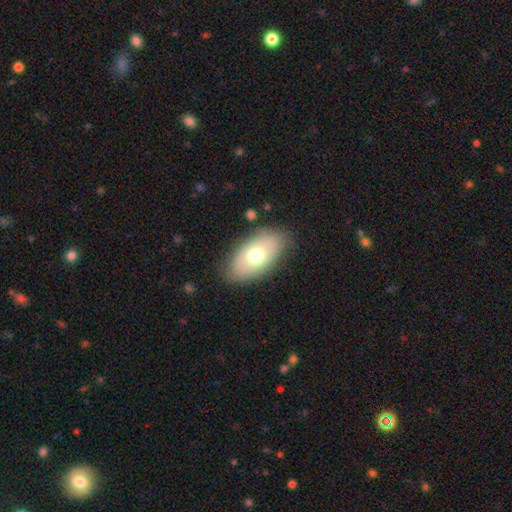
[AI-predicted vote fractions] Overall: smooth (63%; featured or disk 29%). How rounded: in between (92%). Merging: none (80%).